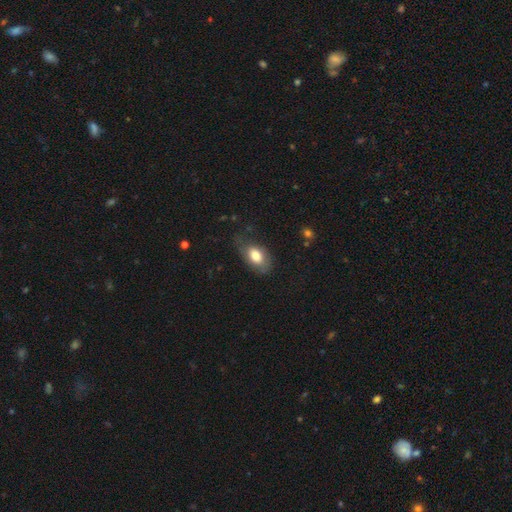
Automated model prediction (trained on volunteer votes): Smooth or featured? smooth (75%)
How rounded? in between (90%)
Merging? none (58%)